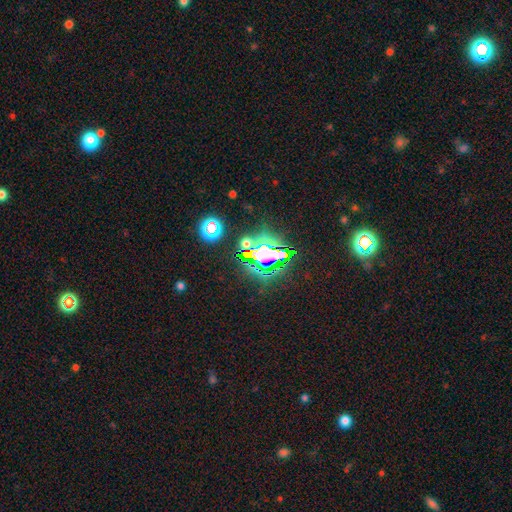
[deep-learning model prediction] The model was most divided on "smooth or featured": star or artifact: 74%, smooth: 16%, featured or disk: 10%.